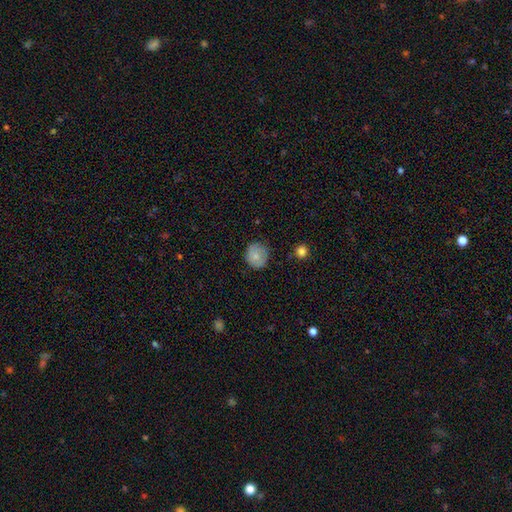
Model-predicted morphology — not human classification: smooth 75%, featured or disk 17%, star or artifact 8%. Down the decision tree: how rounded — round (86%); merging — none (76%).